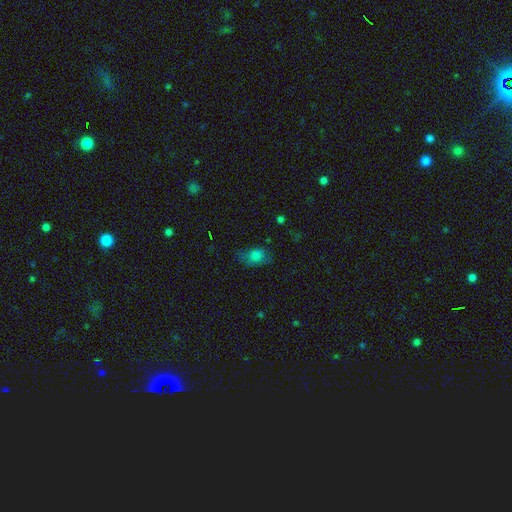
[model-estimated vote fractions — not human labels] Smooth or featured: smooth — 78% (star or artifact — 14%)
How rounded: in between — 79% (round — 18%)
Merging: none — 54% (minor disturbance — 30%)